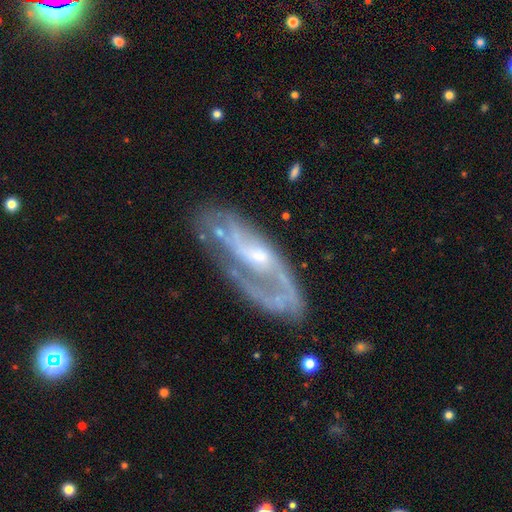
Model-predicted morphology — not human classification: Smooth or featured?
  - featured or disk: 84% *
  - smooth: 10%
  - star or artifact: 6%
Edge-on disk?
  - no: 91% *
  - yes: 9%
Bar?
  - no: 54% *
  - weak: 37%
  - strong: 9%
Spiral arms?
  - yes: 89% *
  - no: 11%
Spiral winding?
  - medium: 44% *
  - loose: 28%
  - tight: 28%
Spiral arm count?
  - 2: 42% *
  - 1: 31%
  - can't tell: 18%
  - 3: 5%
  - 4: 2%
  - more than 4: 2%
Bulge size?
  - small: 51% *
  - moderate: 38%
  - none: 7%
  - large: 3%
  - dominant: 1%
Merging?
  - none: 56% *
  - minor disturbance: 21%
  - major disturbance: 19%
  - merger: 4%